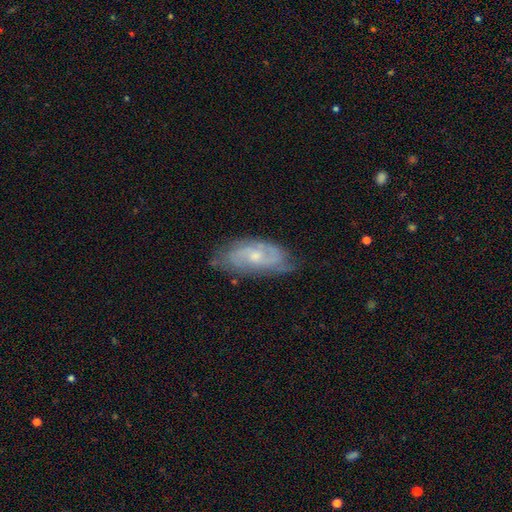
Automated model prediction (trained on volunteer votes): A featured or disk galaxy (76%) with no bar (63%), 2 (57%) medium (43%) spiral arms (92%) and a small central bulge (54%).

Vote fractions:
- Smooth or featured? featured or disk: 76% / smooth: 18% / star or artifact: 6%
- Edge-on disk? no: 93% / yes: 7%
- Bar? no: 63% / weak: 32% / strong: 5%
- Spiral arms? yes: 92% / no: 8%
- Spiral winding? medium: 43% / tight: 42% / loose: 15%
- Spiral arm count? 2: 57% / can't tell: 25% / 3: 10% / 1: 3% / 4: 3% / more than 4: 2%
- Bulge size? small: 54% / moderate: 41% / none: 3% / large: 1% / dominant: 1%
- Merging? none: 69% / minor disturbance: 23% / major disturbance: 6% / merger: 1%